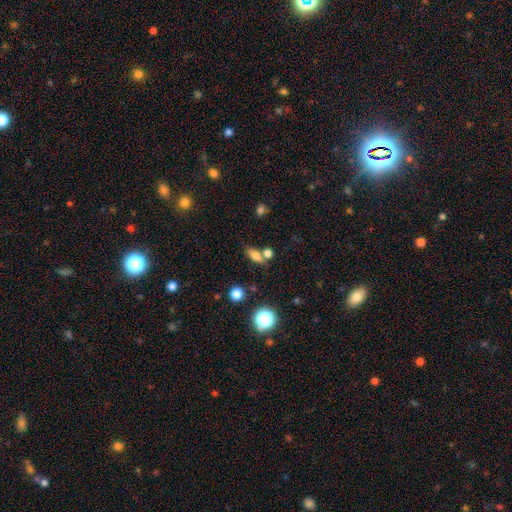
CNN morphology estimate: type=smooth (75%); roundness=in between (74%); merging=none (57%).